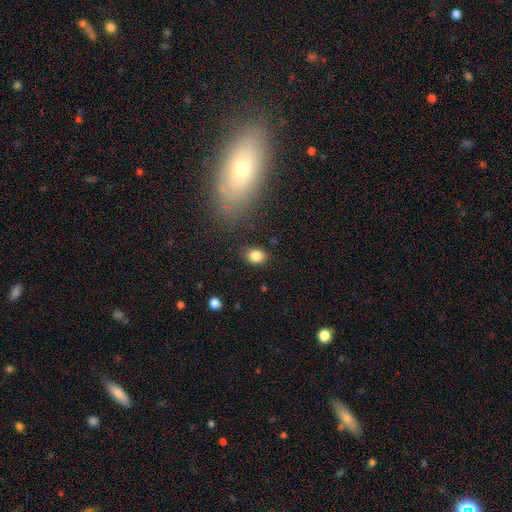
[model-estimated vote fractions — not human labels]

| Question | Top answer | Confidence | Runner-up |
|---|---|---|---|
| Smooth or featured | smooth | 84% | star or artifact (10%) |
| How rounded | in between | 56% | round (43%) |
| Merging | none | 85% | minor disturbance (10%) |